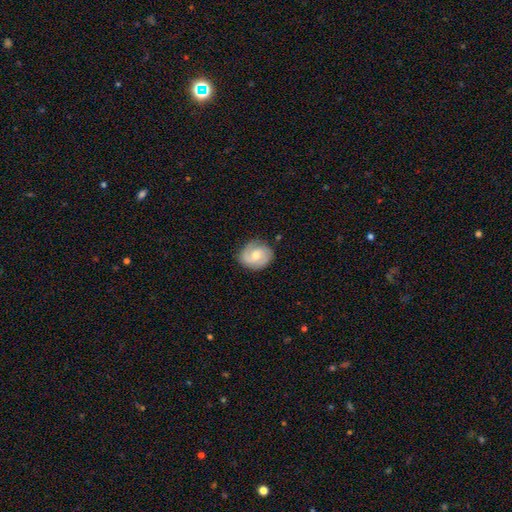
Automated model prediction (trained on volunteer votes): smooth_or_featured: featured or disk (p=0.67) [alt: smooth p=0.26]
disk_edge_on: no (p=0.98) [alt: yes p=0.02]
bar: no (p=0.55) [alt: weak p=0.39]
has_spiral_arms: yes (p=0.93) [alt: no p=0.07]
spiral_winding: medium (p=0.43) [alt: tight p=0.41]
spiral_arm_count: 2 (p=0.70) [alt: can't tell p=0.11]
bulge_size: moderate (p=0.60) [alt: small p=0.34]
merging: none (p=0.80) [alt: minor disturbance p=0.14]